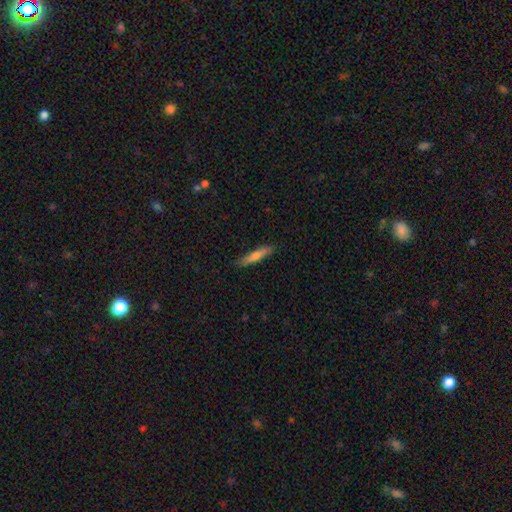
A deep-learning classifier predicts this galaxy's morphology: Q: Smooth or featured?
A: smooth (69%); runner-up: featured or disk (25%)
Q: How rounded?
A: cigar-shaped (89%); runner-up: in between (9%)
Q: Merging?
A: none (85%); runner-up: minor disturbance (11%)